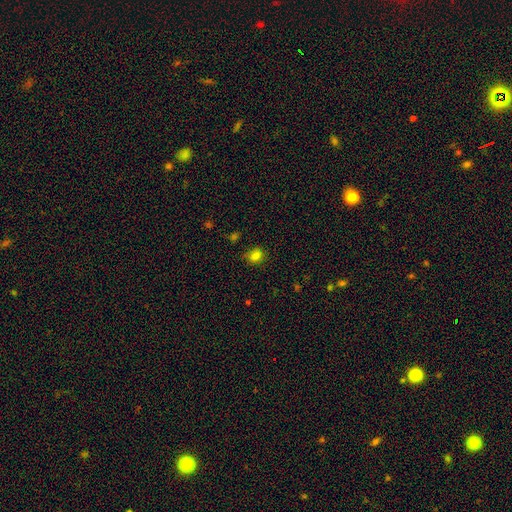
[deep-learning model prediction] Smooth or featured? smooth (79%)
How rounded? round (63%)
Merging? none (77%)